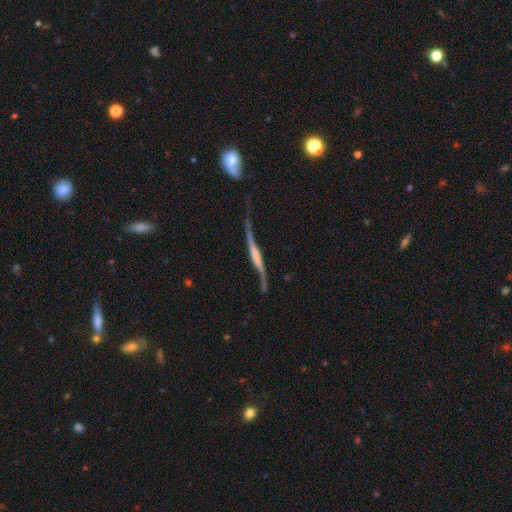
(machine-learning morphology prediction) smooth-or-featured: featured or disk: 80% | smooth: 14% | star or artifact: 6%
  disk-edge-on: yes: 62% | no: 38%
  merging: none: 47% | major disturbance: 23% | minor disturbance: 23% | merger: 7%